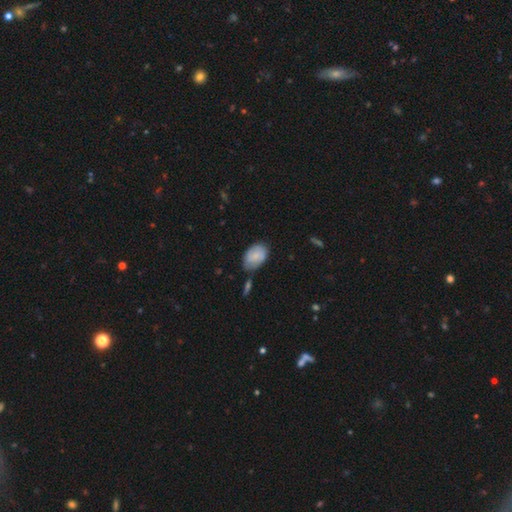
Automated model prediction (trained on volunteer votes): Morphology: type=smooth (68%); roundness=in between (89%); merging=none (62%).